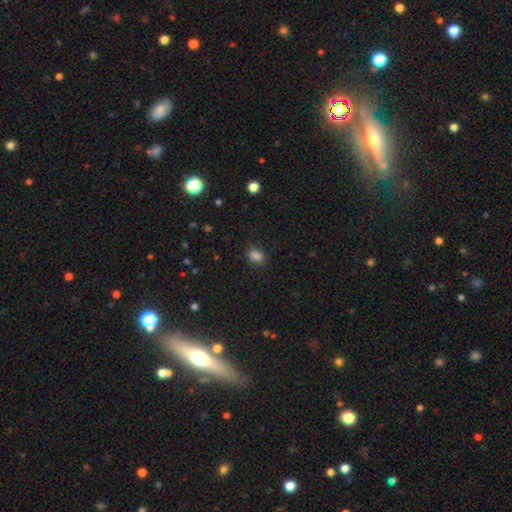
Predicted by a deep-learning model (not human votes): Q: Smooth or featured?
A: smooth (85%); runner-up: star or artifact (12%)
Q: How rounded?
A: in between (76%); runner-up: round (23%)
Q: Merging?
A: none (84%); runner-up: minor disturbance (12%)